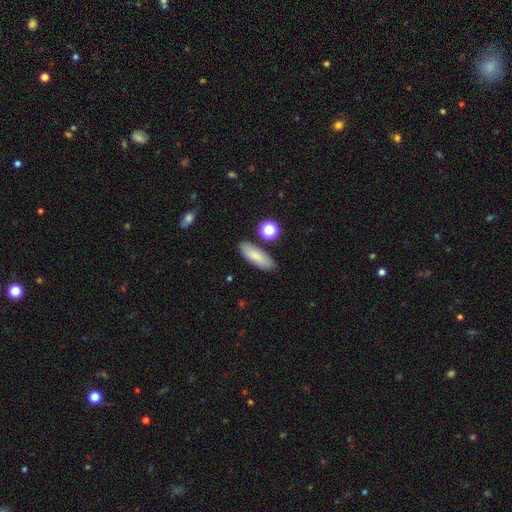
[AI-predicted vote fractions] Smooth or featured: smooth — 81% (featured or disk — 12%)
How rounded: in between — 64% (cigar-shaped — 33%)
Merging: none — 82% (minor disturbance — 11%)